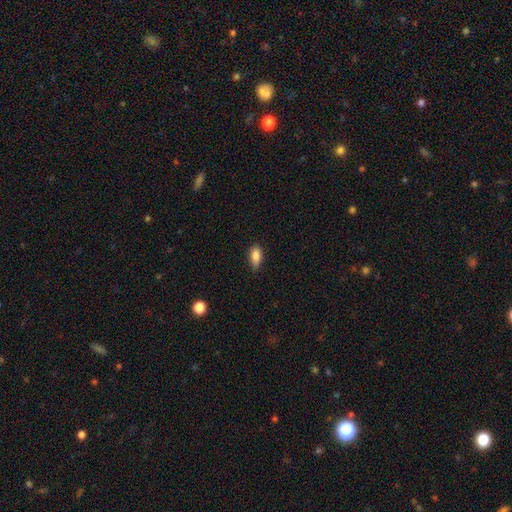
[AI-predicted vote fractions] Morphology: type=smooth (85%); roundness=in between (86%); merging=none (75%).